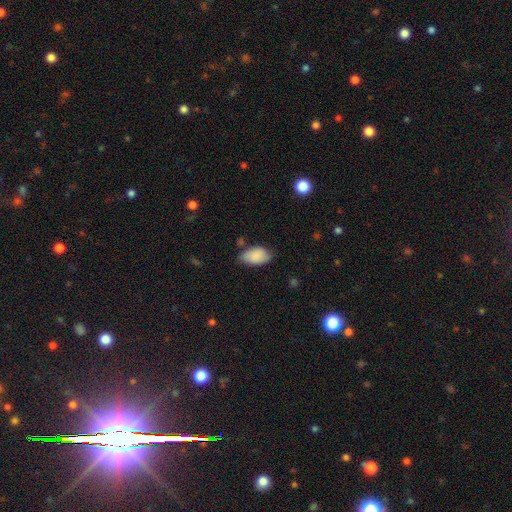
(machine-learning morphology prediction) type=smooth (86%); roundness=in between (94%); merging=none (64%).